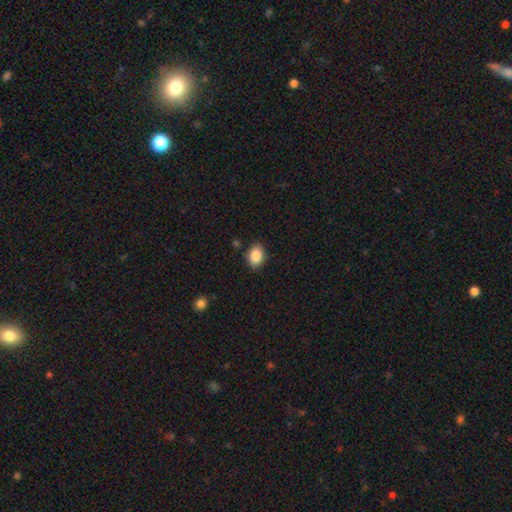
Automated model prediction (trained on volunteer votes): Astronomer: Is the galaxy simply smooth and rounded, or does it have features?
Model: smooth — 87%.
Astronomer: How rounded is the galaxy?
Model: in between — 75%.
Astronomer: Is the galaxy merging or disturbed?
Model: none — 84%.